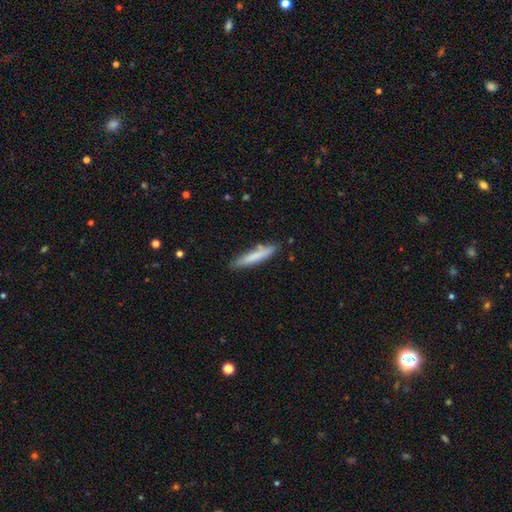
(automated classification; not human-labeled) Smooth or featured: smooth — 76% (featured or disk — 18%)
How rounded: cigar-shaped — 89% (in between — 10%)
Merging: none — 81% (minor disturbance — 14%)